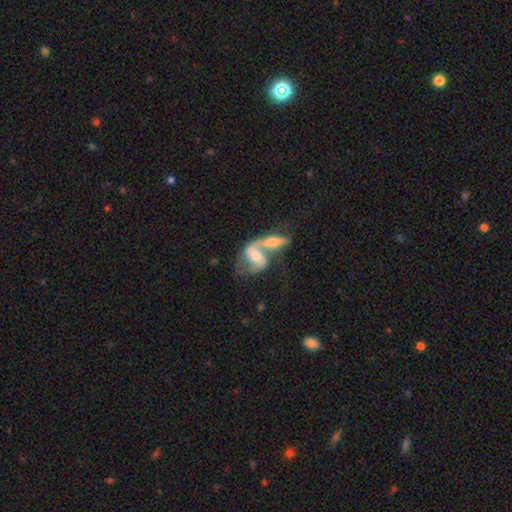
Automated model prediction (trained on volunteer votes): Smooth or featured: featured or disk — 67% (smooth — 26%)
Edge-on disk: no — 94% (yes — 6%)
Bar: no — 44% (weak — 37%)
Spiral arms: yes — 82% (no — 18%)
Spiral winding: loose — 50% (medium — 38%)
Spiral arm count: 2 — 78% (1 — 11%)
Bulge size: moderate — 60% (small — 28%)
Merging: merger — 68% (none — 17%)